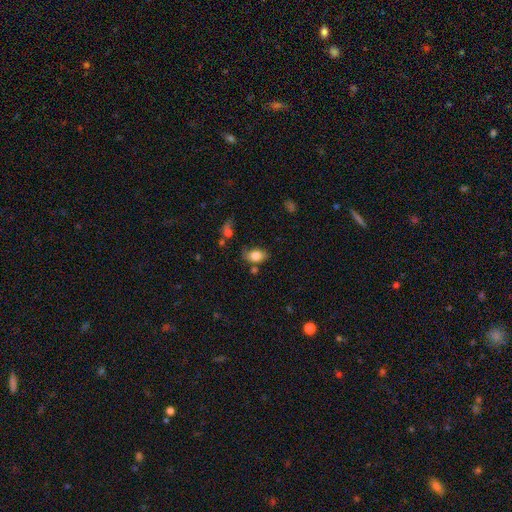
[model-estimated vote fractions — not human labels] This is clearly a smooth galaxy (82%). How rounded: clearly in between (88%). Merging: likely none (67%).